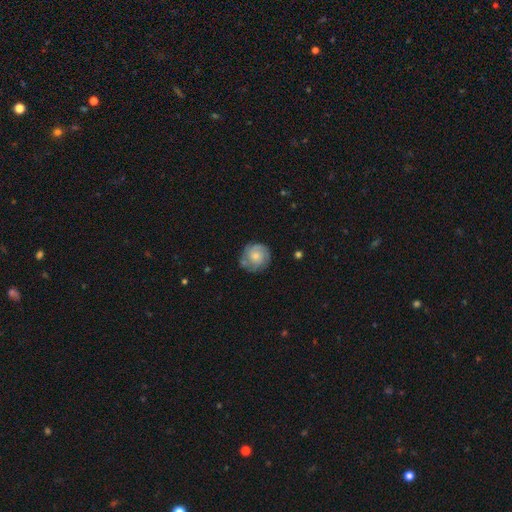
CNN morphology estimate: This is possibly a featured or disk galaxy (50%). It is clearly not viewed edge-on (98%). Merging: likely none (74%).